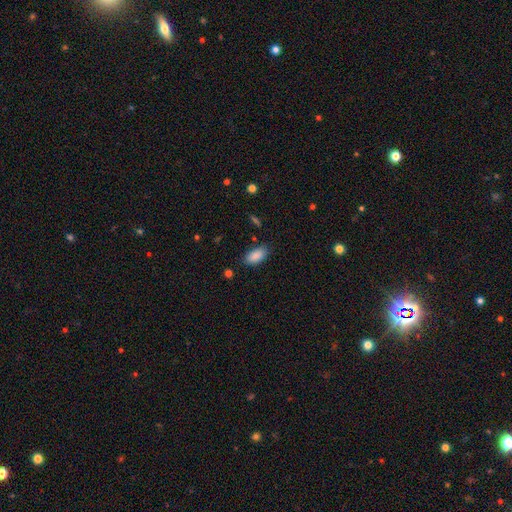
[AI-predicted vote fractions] Overall: smooth (89%). How rounded: in between (92%). Merging: none (83%).